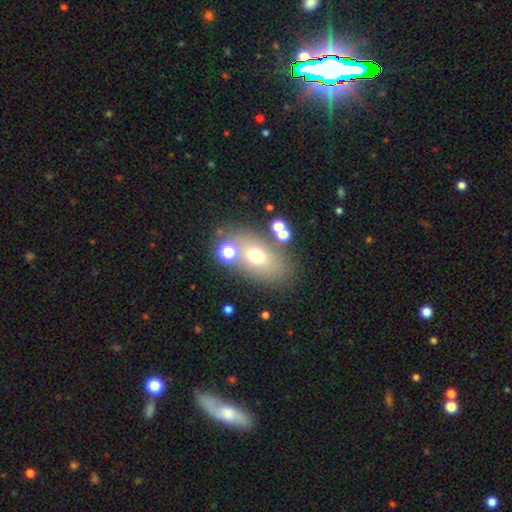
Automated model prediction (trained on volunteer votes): Smooth or featured?
  - smooth: 62% *
  - featured or disk: 21%
  - star or artifact: 17%
How rounded?
  - in between: 74% *
  - round: 23%
  - cigar-shaped: 3%
Merging?
  - none: 68% *
  - minor disturbance: 13%
  - merger: 13%
  - major disturbance: 7%